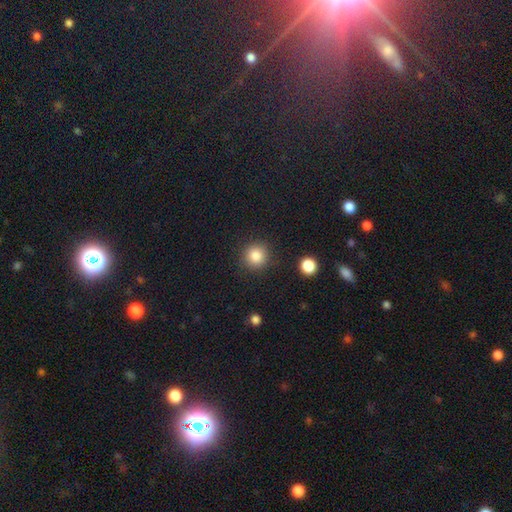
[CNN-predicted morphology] Overall: smooth (84%). How rounded: round (92%). Merging: none (88%).